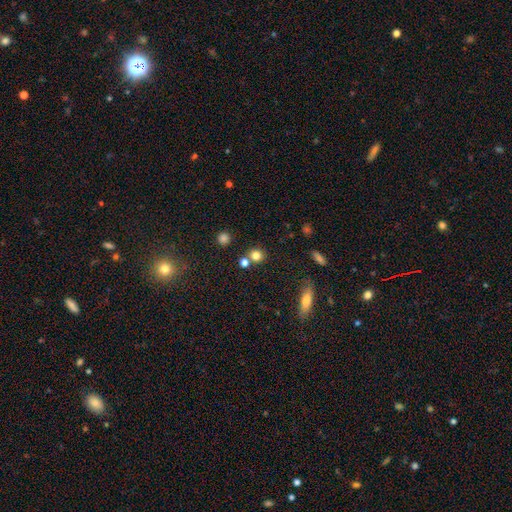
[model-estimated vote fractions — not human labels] Smooth or featured? Predicted: smooth (p=0.79). How rounded? Predicted: round (p=0.87). Merging? Predicted: none (p=0.70).